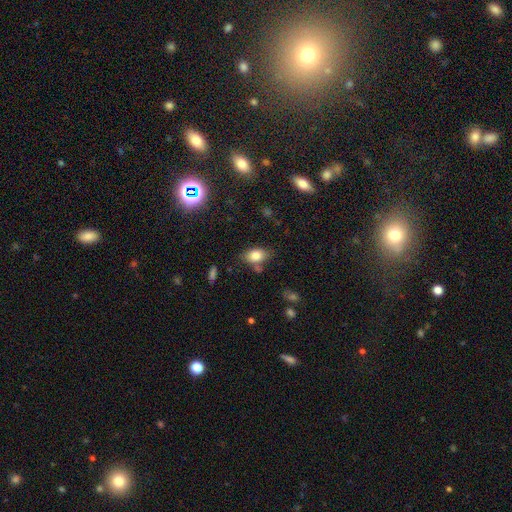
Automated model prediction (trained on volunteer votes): A smooth galaxy with no disk features (80%) that is in between round and cigar-shaped (85%). Merging: none (69%).